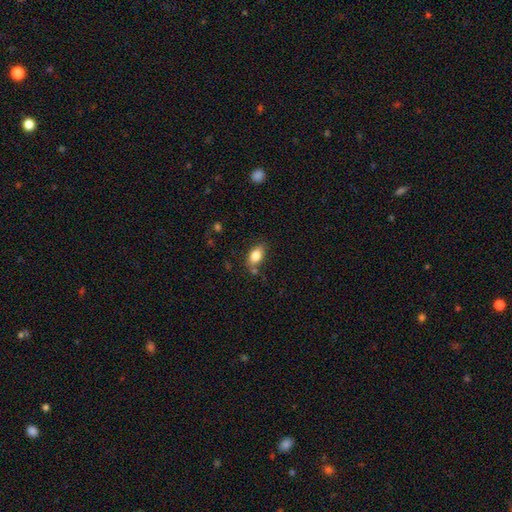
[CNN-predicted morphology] Overall: smooth (83%). How rounded: in between (88%). Merging: none (72%).